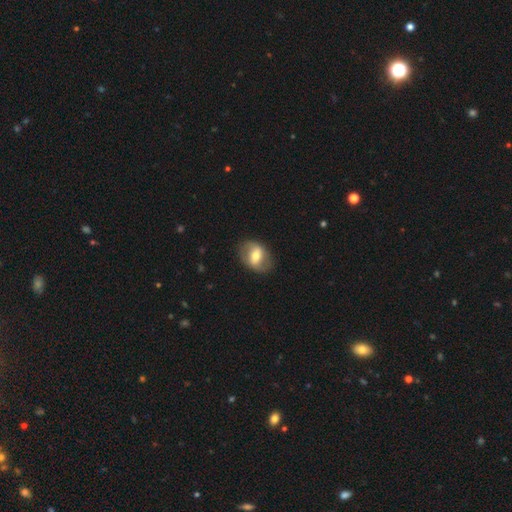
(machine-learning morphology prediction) Smooth or featured?
  - featured or disk: 50% *
  - smooth: 43%
  - star or artifact: 7%
Merging?
  - none: 81% *
  - minor disturbance: 13%
  - major disturbance: 5%
  - merger: 1%